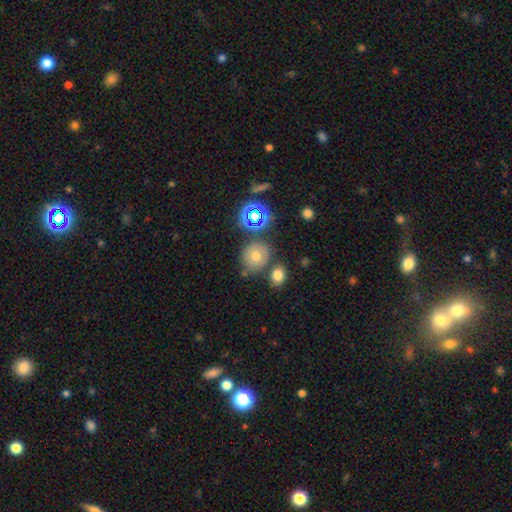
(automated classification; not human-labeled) smooth 61%, star or artifact 24%, featured or disk 16%. Down the decision tree: how rounded — round (77%); merging — none (71%).